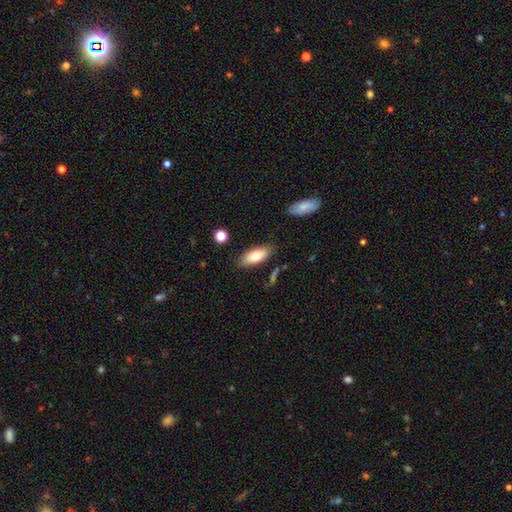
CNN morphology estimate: Smooth or featured? Predicted: smooth (p=0.73). How rounded? Predicted: in between (p=0.81). Merging? Predicted: none (p=0.84).